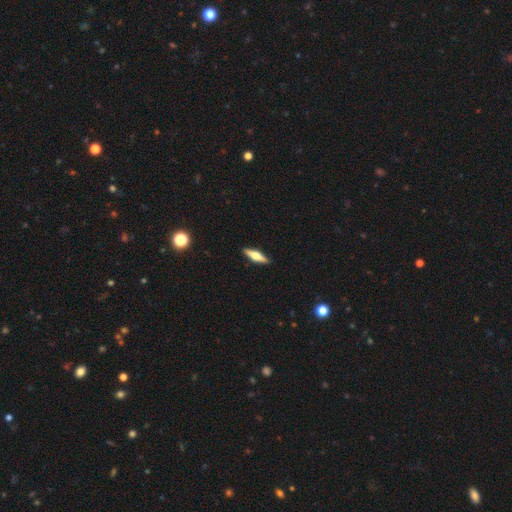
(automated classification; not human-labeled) featured or disk 58%, smooth 36%, star or artifact 6%. Down the decision tree: edge-on disk — yes (96%); edge-on bulge — rounded (91%); merging — none (90%).